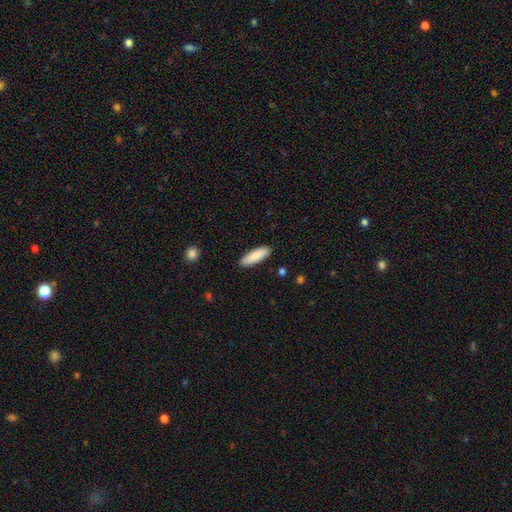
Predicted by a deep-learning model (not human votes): The model was most divided on "how rounded": in between: 52%, cigar-shaped: 47%, round: 2%. More confident: merging — none (89%); smooth or featured — smooth (89%).